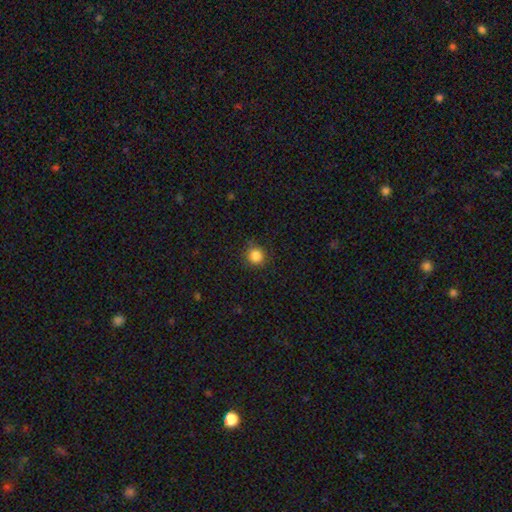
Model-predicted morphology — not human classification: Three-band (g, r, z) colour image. It shows a smooth galaxy with no disk features (85%) that is round (91%). Merging: none (85%).